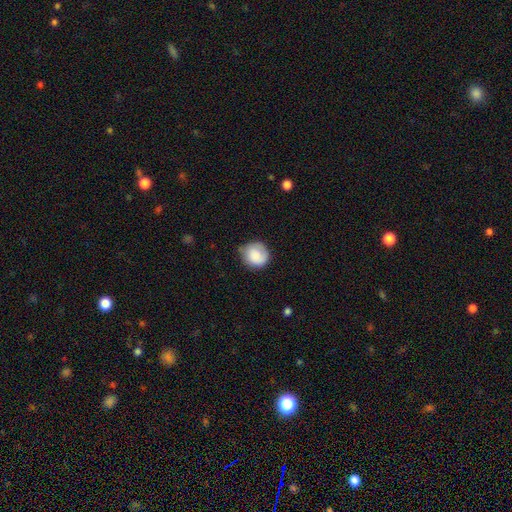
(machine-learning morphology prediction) This appears to be a smooth galaxy with no disk features (80%) that is round (87%). Merging: none (66%).